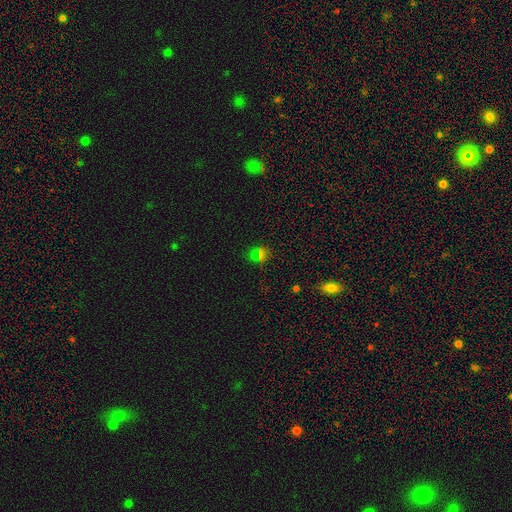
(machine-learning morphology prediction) smooth 51%, star or artifact 42%, featured or disk 7%. Down the decision tree: how rounded — round (71%); merging — none (84%).